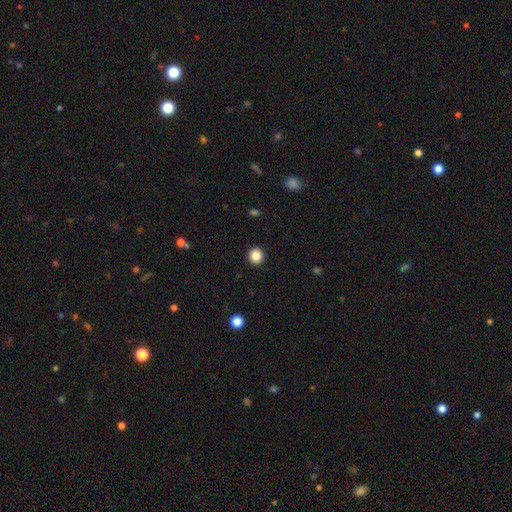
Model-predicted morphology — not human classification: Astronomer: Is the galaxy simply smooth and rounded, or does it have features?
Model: smooth — 86%.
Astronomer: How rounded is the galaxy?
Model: round — 93%.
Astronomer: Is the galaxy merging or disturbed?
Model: none — 93%.